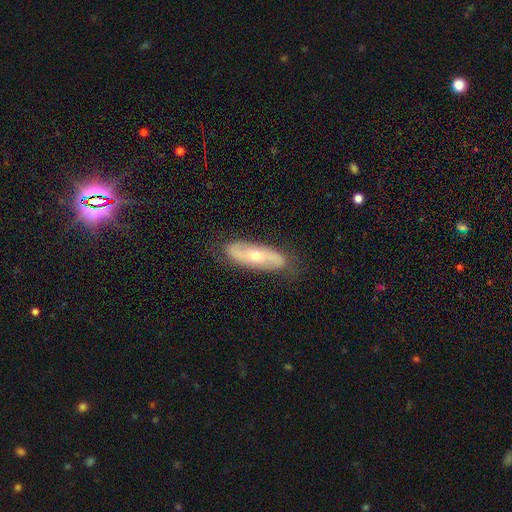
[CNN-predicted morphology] This appears to be a featured or disk galaxy (65%) with no bar (62%), spiral arms (78%) and a moderate central bulge (50%). Merging: none (80%).